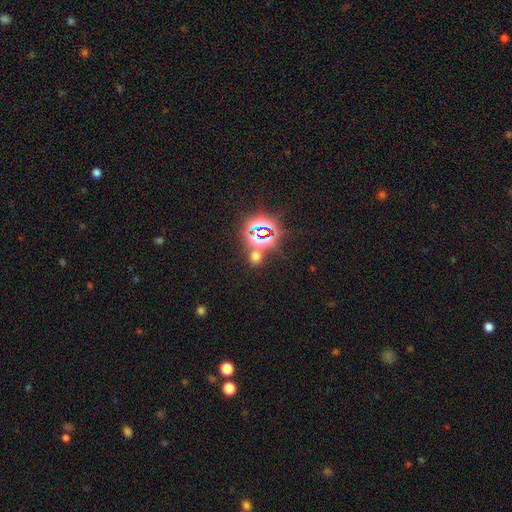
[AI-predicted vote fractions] A star or artifact, not a galaxy (51%).

Vote fractions:
- Smooth or featured? star or artifact: 51% / smooth: 43% / featured or disk: 7%